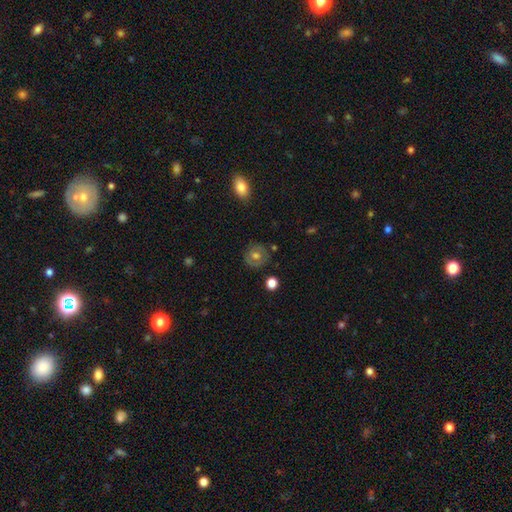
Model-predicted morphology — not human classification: Smooth or featured?
  - smooth: 56% *
  - featured or disk: 34%
  - star or artifact: 11%
How rounded?
  - round: 86% *
  - in between: 13%
  - cigar-shaped: 1%
Merging?
  - none: 80% *
  - minor disturbance: 13%
  - major disturbance: 4%
  - merger: 2%